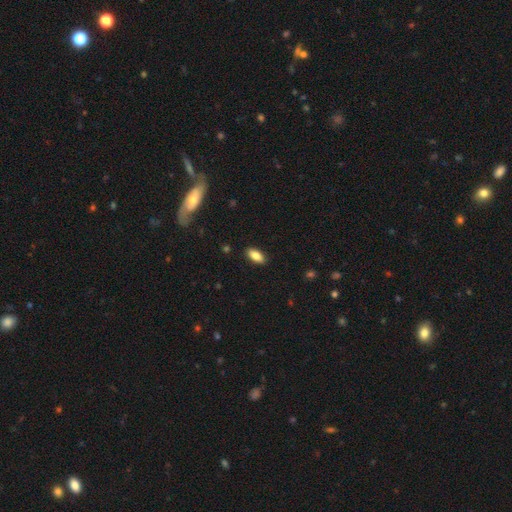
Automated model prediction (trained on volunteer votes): A smooth galaxy with no disk features (85%) that is in between round and cigar-shaped (87%). Merging: none (89%).